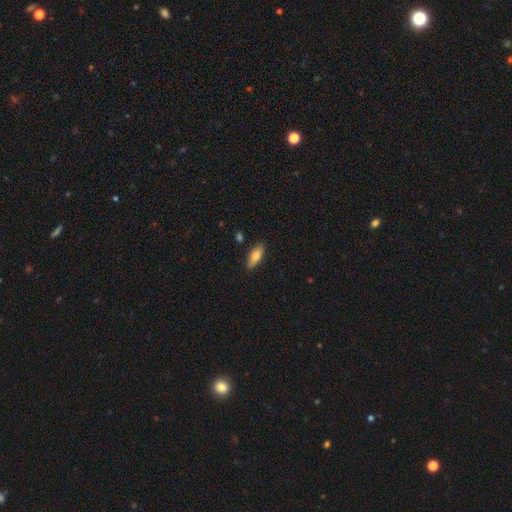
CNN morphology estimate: Overall: smooth (75%). How rounded: in between (68%; cigar-shaped 29%). Merging: none (83%).